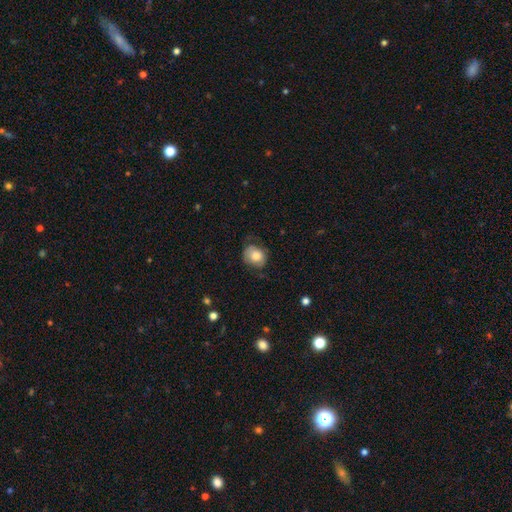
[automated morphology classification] A smooth galaxy with no disk features (75%) that is round (58%).

Vote fractions:
- Smooth or featured? smooth: 75% / featured or disk: 17% / star or artifact: 8%
- How rounded? round: 58% / in between: 42% / cigar-shaped: 1%
- Merging? none: 58% / minor disturbance: 28% / major disturbance: 12% / merger: 1%